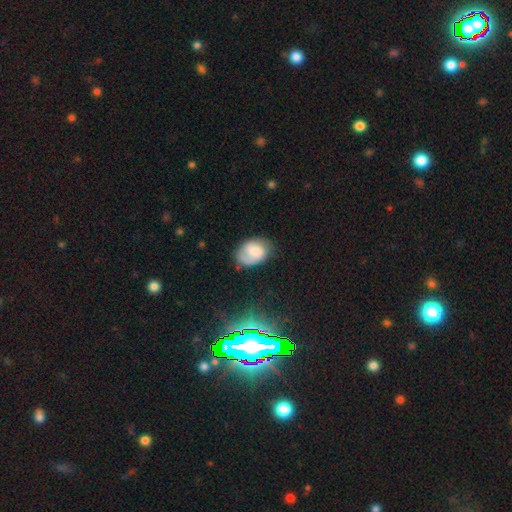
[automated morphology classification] Smooth or featured?
  - smooth: 49% *
  - featured or disk: 41%
  - star or artifact: 9%
Merging?
  - none: 63% *
  - minor disturbance: 24%
  - major disturbance: 11%
  - merger: 2%